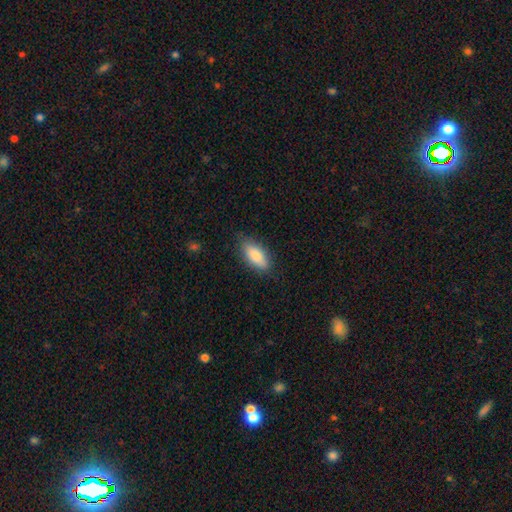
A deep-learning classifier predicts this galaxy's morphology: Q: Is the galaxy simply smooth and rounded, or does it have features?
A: smooth — 85%.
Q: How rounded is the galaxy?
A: in between — 80%.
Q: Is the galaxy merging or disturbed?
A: none — 80%.